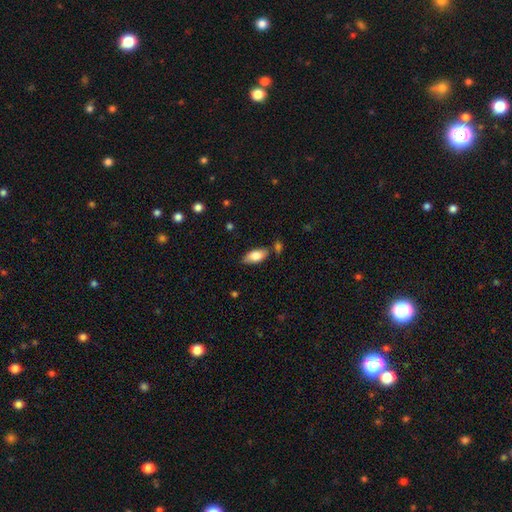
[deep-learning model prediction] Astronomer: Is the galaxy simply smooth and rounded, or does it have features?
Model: smooth — 81%.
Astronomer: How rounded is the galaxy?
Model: in between — 90%.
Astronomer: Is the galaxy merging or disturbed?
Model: none — 71%.